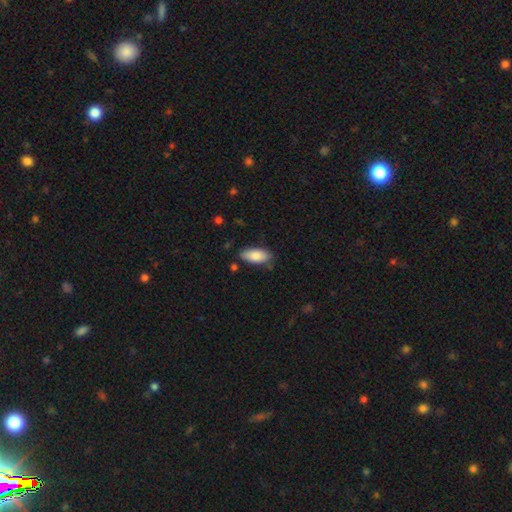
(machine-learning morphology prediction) The model was most divided on "merging": none: 76%, minor disturbance: 18%, major disturbance: 3%, merger: 2%. More confident: how rounded — in between (89%); smooth or featured — smooth (84%).